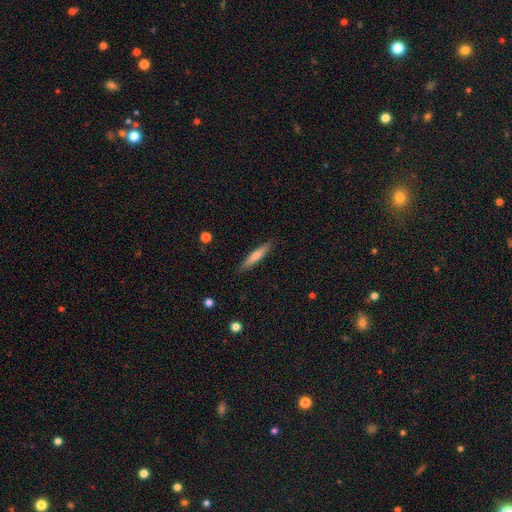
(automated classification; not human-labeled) smooth_or_featured: smooth (p=0.55) [alt: featured or disk p=0.39]
how_rounded: cigar-shaped (p=0.92) [alt: in between p=0.06]
merging: none (p=0.89) [alt: minor disturbance p=0.08]